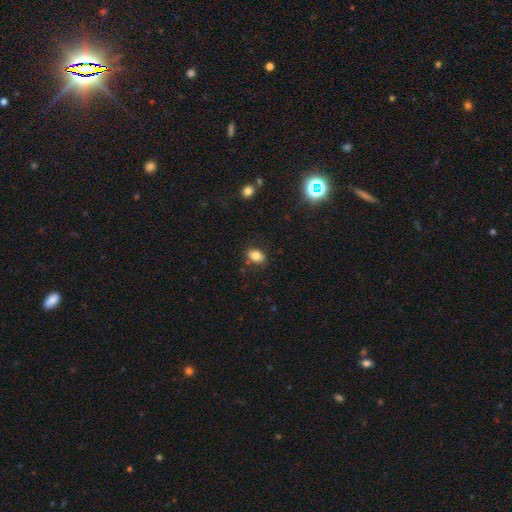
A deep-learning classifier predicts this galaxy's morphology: Smooth or featured: smooth — 79% (featured or disk — 11%)
How rounded: in between — 80% (round — 19%)
Merging: none — 80% (minor disturbance — 13%)